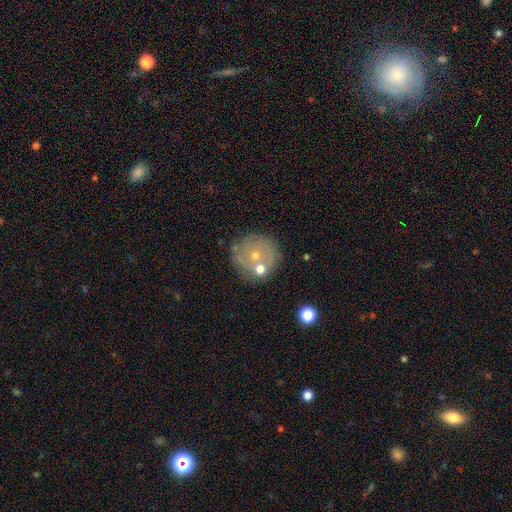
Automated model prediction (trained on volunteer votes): Morphology: type=featured or disk (52%); edge-on=no (97%); bar=no (88%); spiral arms=no (58%); bulge=small (59%); merging=none (67%).